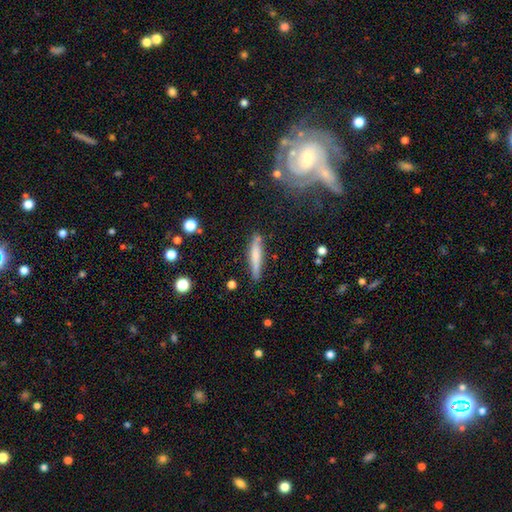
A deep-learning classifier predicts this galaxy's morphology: A smooth galaxy with no disk features (64%) that is cigar-shaped (90%). Merging: none (81%).